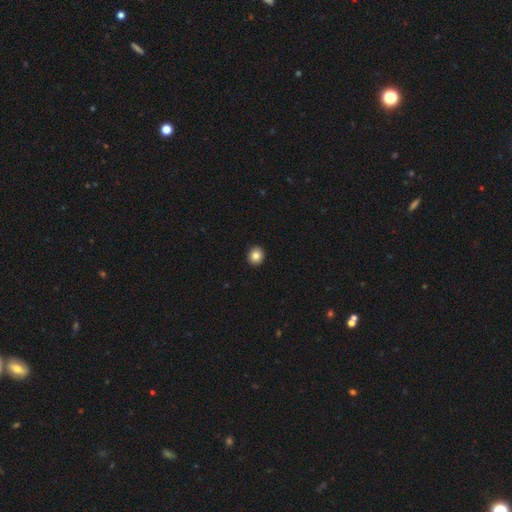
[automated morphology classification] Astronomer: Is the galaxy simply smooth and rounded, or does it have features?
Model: smooth — 85%.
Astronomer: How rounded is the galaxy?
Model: round — 88%.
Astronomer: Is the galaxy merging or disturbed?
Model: none — 93%.